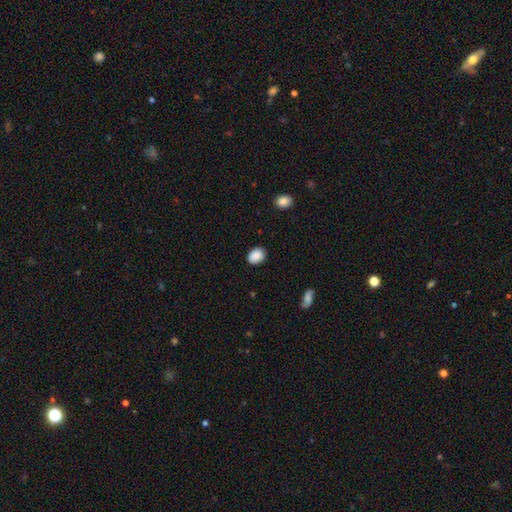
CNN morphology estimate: This is clearly a smooth galaxy (89%). How rounded: likely in between (66%). Merging: clearly none (87%).